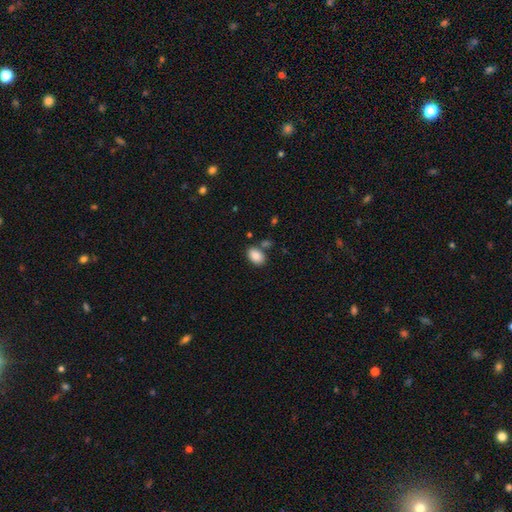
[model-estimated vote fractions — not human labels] Smooth or featured: smooth — 87% (star or artifact — 8%)
How rounded: in between — 85% (round — 14%)
Merging: none — 74% (minor disturbance — 12%)